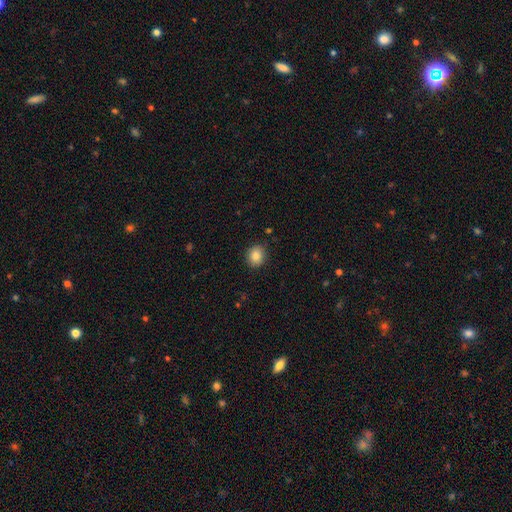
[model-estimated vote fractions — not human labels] smooth 86%, star or artifact 9%, featured or disk 5%. Down the decision tree: how rounded — round (76%); merging — none (88%).